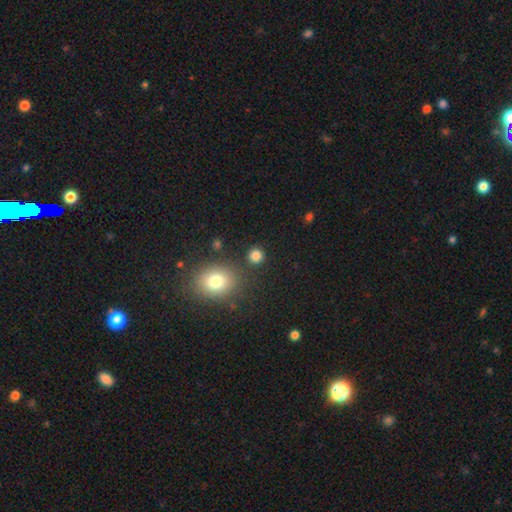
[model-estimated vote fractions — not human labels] smooth_or_featured: smooth (p=0.83) [alt: star or artifact p=0.13]
how_rounded: round (p=0.90) [alt: in between p=0.09]
merging: none (p=0.86) [alt: minor disturbance p=0.07]